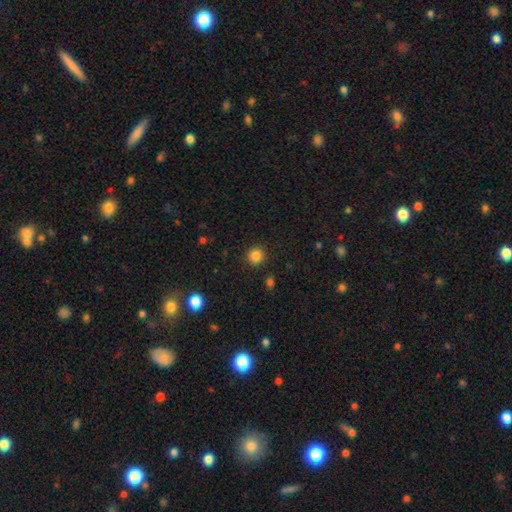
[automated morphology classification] This is clearly a smooth galaxy (85%). How rounded: clearly round (92%). Merging: clearly none (90%).